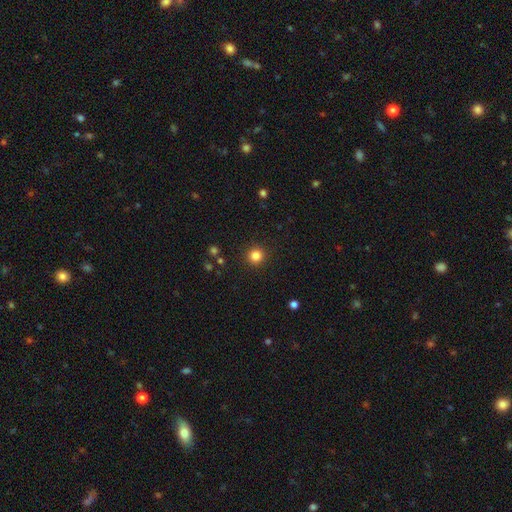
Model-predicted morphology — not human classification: Smooth or featured?
  - smooth: 83% *
  - star or artifact: 13%
  - featured or disk: 4%
How rounded?
  - round: 95% *
  - in between: 4%
  - cigar-shaped: 1%
Merging?
  - none: 92% *
  - minor disturbance: 5%
  - major disturbance: 2%
  - merger: 1%